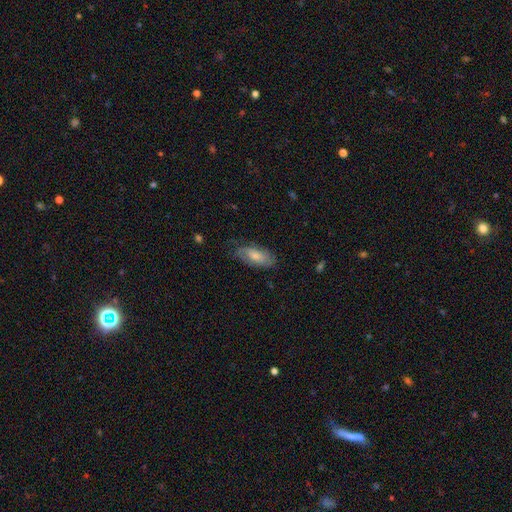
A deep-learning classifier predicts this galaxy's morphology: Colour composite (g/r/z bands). It shows a smooth galaxy with no disk features (54%) that is in between round and cigar-shaped (87%). Merging: none (65%).